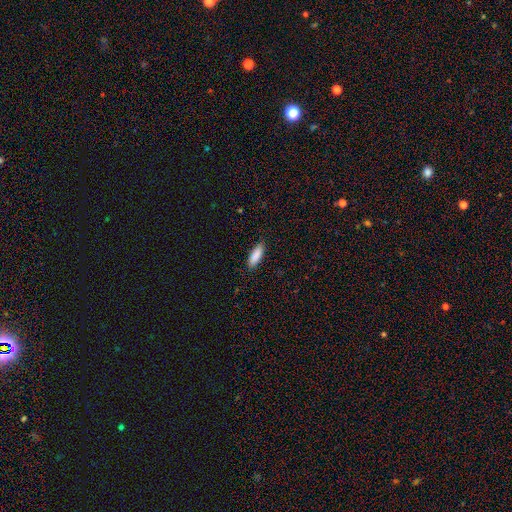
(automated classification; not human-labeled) Smooth or featured?
  - smooth: 89% *
  - star or artifact: 6%
  - featured or disk: 5%
How rounded?
  - in between: 58% *
  - cigar-shaped: 40%
  - round: 2%
Merging?
  - none: 86% *
  - minor disturbance: 11%
  - major disturbance: 2%
  - merger: 1%